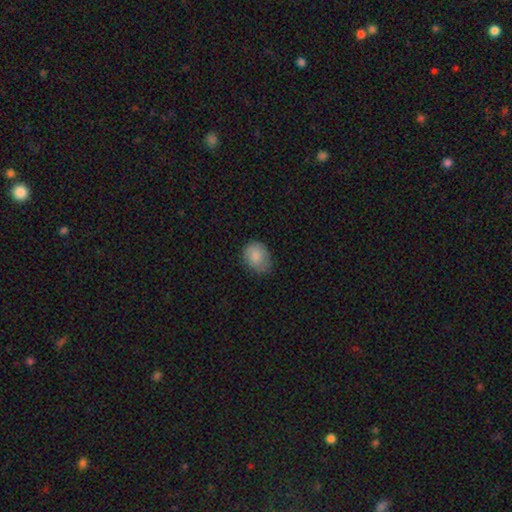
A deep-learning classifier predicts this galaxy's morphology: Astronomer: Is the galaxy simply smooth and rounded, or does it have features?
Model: smooth — 85%.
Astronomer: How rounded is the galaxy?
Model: in between — 54% (runner-up: round, 46%).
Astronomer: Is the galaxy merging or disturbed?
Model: none — 67%.